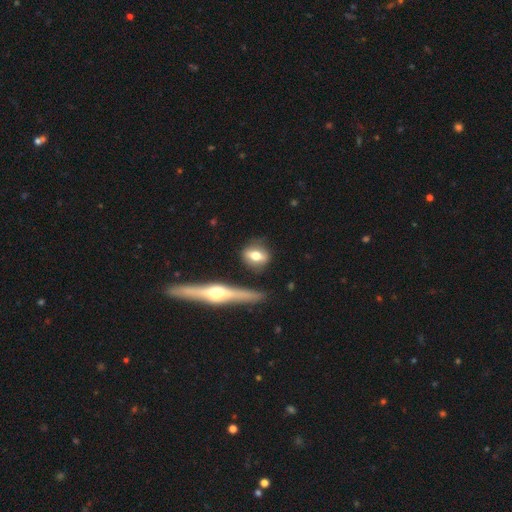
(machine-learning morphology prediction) This appears to be a smooth galaxy with no disk features (56%) that is in between round and cigar-shaped (50%). Merging: none (77%).